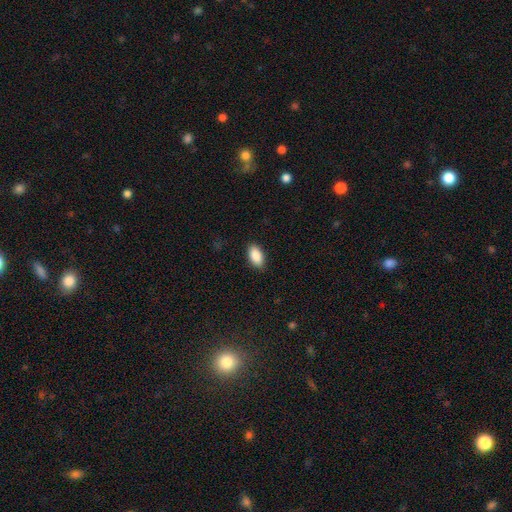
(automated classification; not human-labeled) smooth-or-featured: smooth: 89% | star or artifact: 7% | featured or disk: 4%
  how-rounded: in between: 93% | cigar-shaped: 4% | round: 3%
  merging: none: 87% | minor disturbance: 10% | major disturbance: 2% | merger: 1%